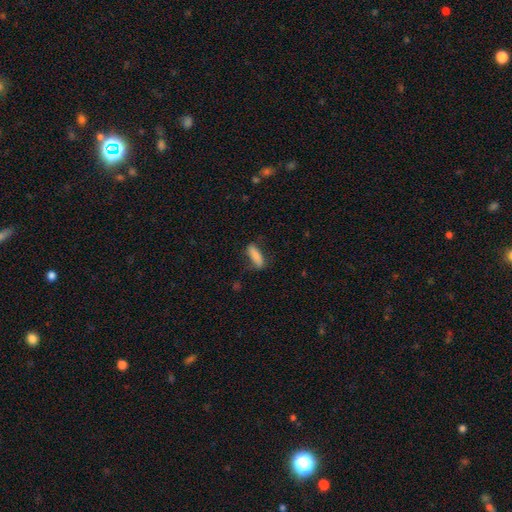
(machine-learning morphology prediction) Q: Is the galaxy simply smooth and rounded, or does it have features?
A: smooth — 81%.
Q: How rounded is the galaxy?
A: cigar-shaped — 52%.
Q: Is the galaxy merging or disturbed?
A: none — 73%.